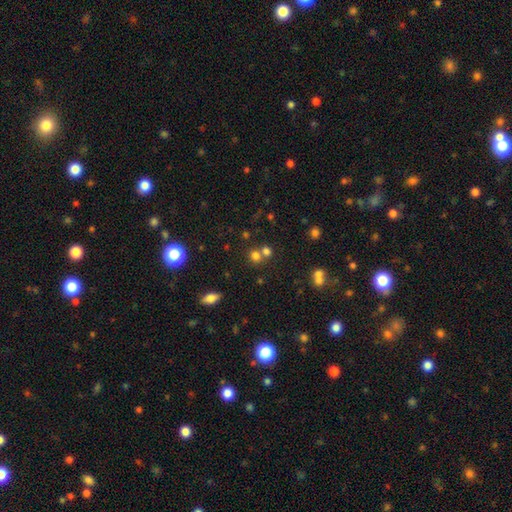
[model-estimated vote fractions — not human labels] Smooth or featured? smooth (71%)
How rounded? round (82%)
Merging? none (51%)